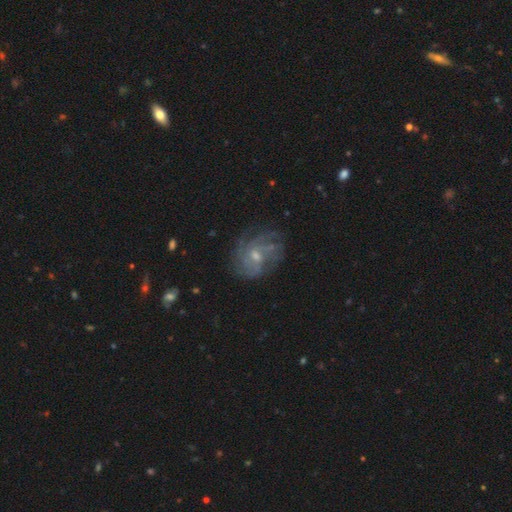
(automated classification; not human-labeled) Morphology: type=featured or disk (74%); edge-on=no (97%); bar=no (59%); spiral arms=yes (87%); winding=tight (41%); arm count=can't tell (42%); bulge=small (51%); merging=none (67%).